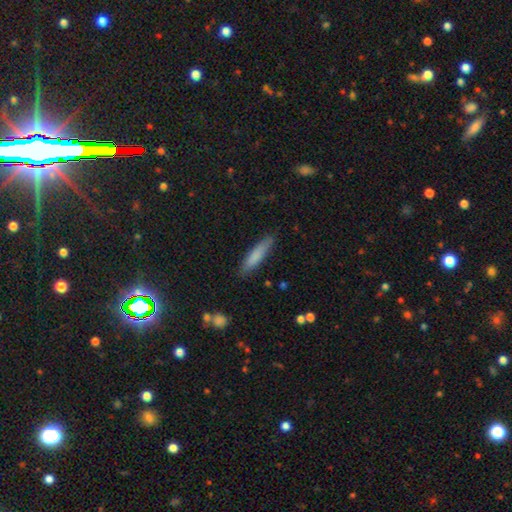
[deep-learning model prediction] A smooth galaxy with no disk features (79%) that is cigar-shaped (85%).

Vote fractions:
- Smooth or featured? smooth: 79% / featured or disk: 15% / star or artifact: 6%
- How rounded? cigar-shaped: 85% / in between: 14% / round: 1%
- Merging? none: 84% / minor disturbance: 12% / major disturbance: 2% / merger: 2%